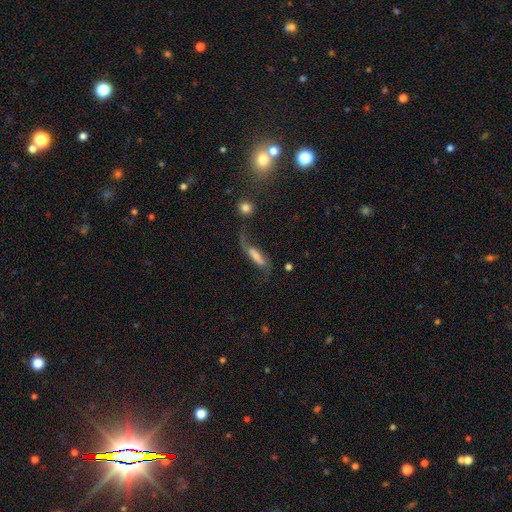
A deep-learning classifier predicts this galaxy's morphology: type=featured or disk (59%); edge-on=no (77%); merging=none (40%).